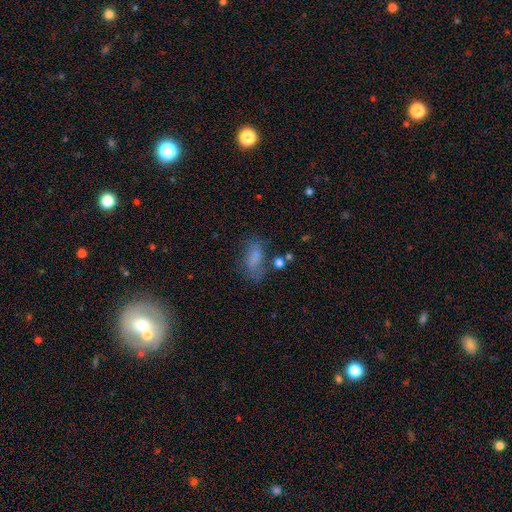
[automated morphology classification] A smooth galaxy with no disk features (58%) that is in between round and cigar-shaped (80%). Merging: none (57%).